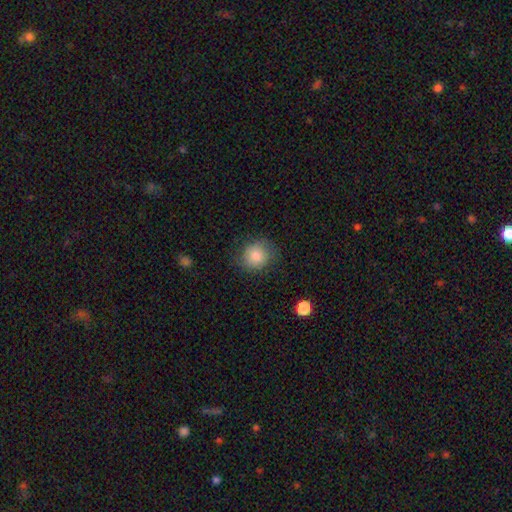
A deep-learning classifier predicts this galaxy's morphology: A smooth galaxy with no disk features (84%) that is round (82%). Merging: none (78%).